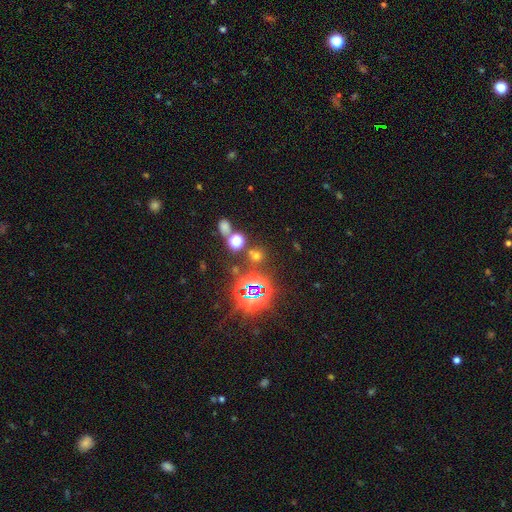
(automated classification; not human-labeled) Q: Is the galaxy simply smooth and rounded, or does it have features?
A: smooth — 47%.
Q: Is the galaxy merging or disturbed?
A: none — 76%.